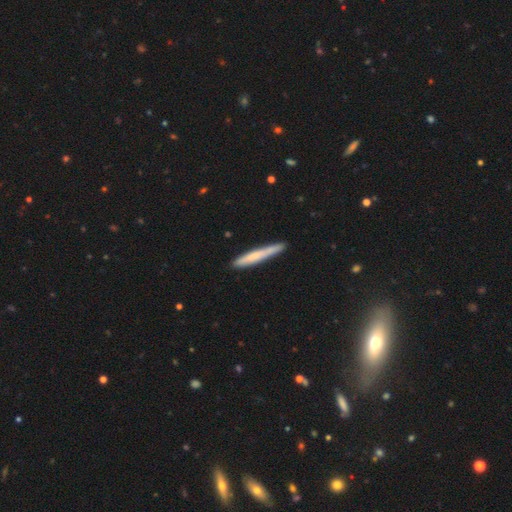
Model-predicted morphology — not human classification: A smooth galaxy with no disk features (64%) that is cigar-shaped (96%).

Vote fractions:
- Smooth or featured? smooth: 64% / featured or disk: 30% / star or artifact: 6%
- How rounded? cigar-shaped: 96% / in between: 3% / round: 1%
- Merging? none: 86% / minor disturbance: 11% / major disturbance: 2% / merger: 2%